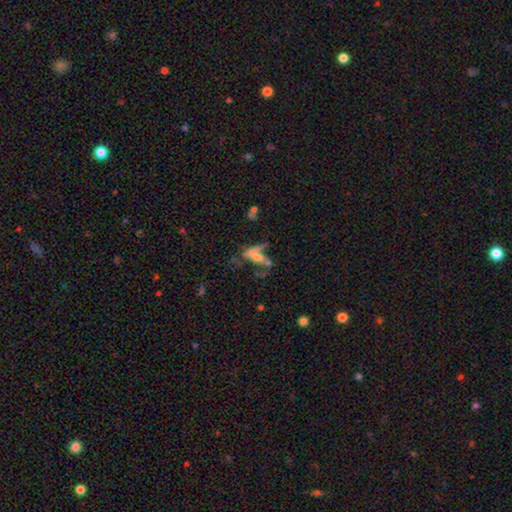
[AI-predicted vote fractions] smooth-or-featured: featured or disk: 48% | smooth: 34% | star or artifact: 18%
  merging: merger: 35% | major disturbance: 30% | none: 23% | minor disturbance: 12%